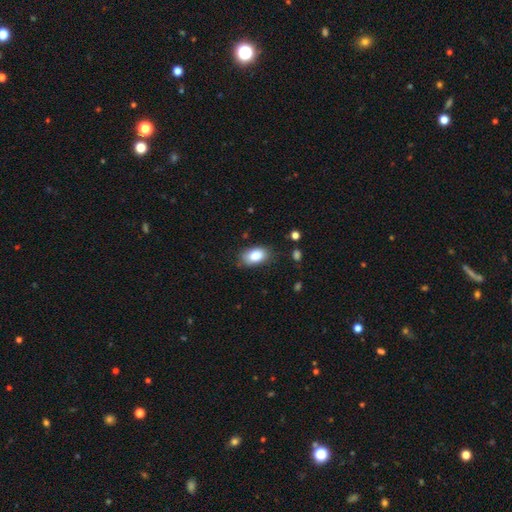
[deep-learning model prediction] smooth-or-featured: smooth: 82% | featured or disk: 10% | star or artifact: 8%
  how-rounded: in between: 89% | round: 10% | cigar-shaped: 1%
  merging: none: 81% | minor disturbance: 14% | major disturbance: 3% | merger: 1%